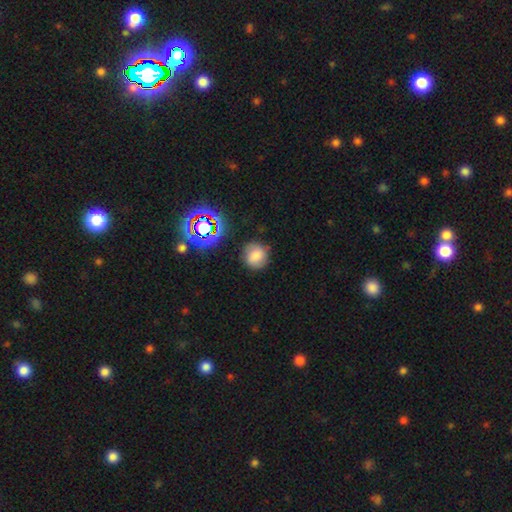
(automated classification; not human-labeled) A smooth galaxy with no disk features (75%) that is round (88%).

Vote fractions:
- Smooth or featured? smooth: 75% / star or artifact: 15% / featured or disk: 10%
- How rounded? round: 88% / in between: 11% / cigar-shaped: 1%
- Merging? none: 83% / minor disturbance: 12% / major disturbance: 3% / merger: 2%